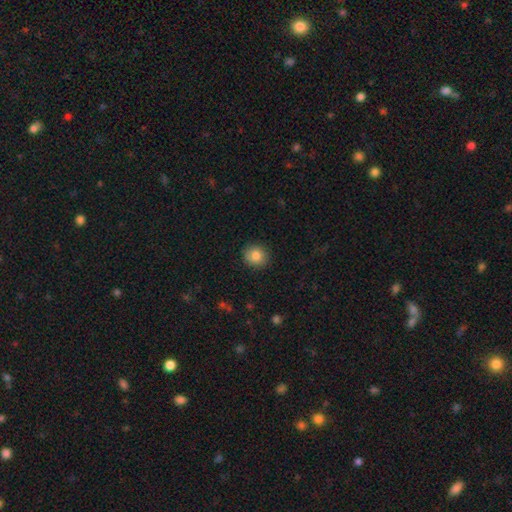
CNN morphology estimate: A smooth galaxy with no disk features (83%) that is round (85%).

Vote fractions:
- Smooth or featured? smooth: 83% / star or artifact: 9% / featured or disk: 9%
- How rounded? round: 85% / in between: 14% / cigar-shaped: 1%
- Merging? none: 89% / minor disturbance: 8% / major disturbance: 2% / merger: 1%